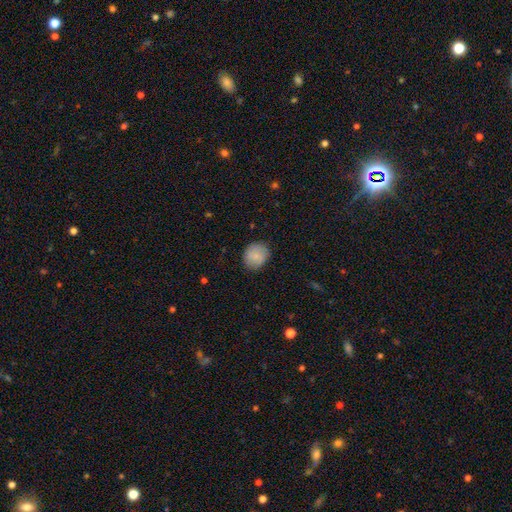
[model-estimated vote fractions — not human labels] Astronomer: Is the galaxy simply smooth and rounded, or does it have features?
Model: smooth — 85%.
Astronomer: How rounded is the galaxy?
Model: round — 75%.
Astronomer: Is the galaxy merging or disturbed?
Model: none — 85%.